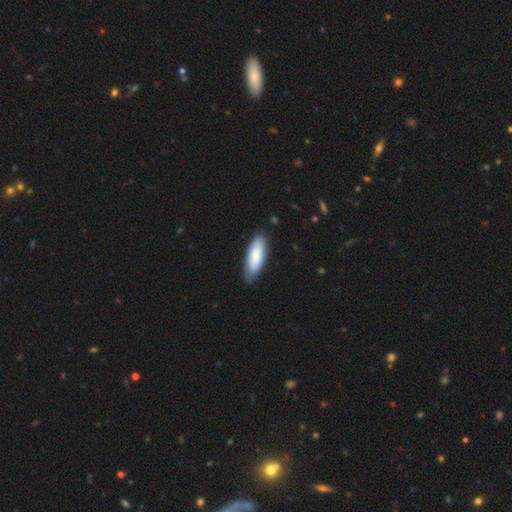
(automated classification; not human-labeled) smooth_or_featured: smooth (p=0.81) [alt: featured or disk p=0.14]
how_rounded: in between (p=0.62) [alt: cigar-shaped p=0.36]
merging: none (p=0.76) [alt: minor disturbance p=0.19]